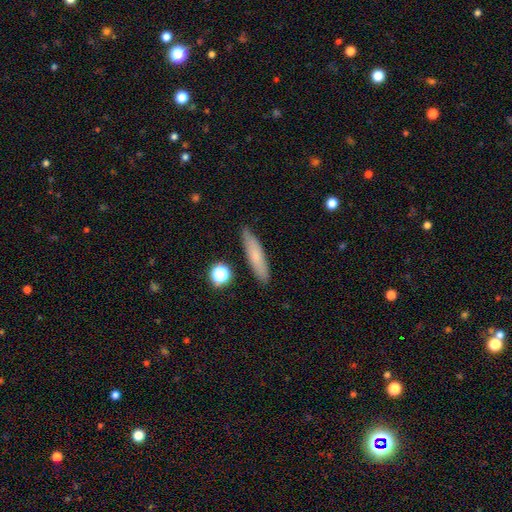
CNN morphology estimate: Smooth or featured?
  - smooth: 71% *
  - featured or disk: 21%
  - star or artifact: 7%
How rounded?
  - cigar-shaped: 83% *
  - in between: 15%
  - round: 2%
Merging?
  - none: 87% *
  - minor disturbance: 9%
  - major disturbance: 2%
  - merger: 2%